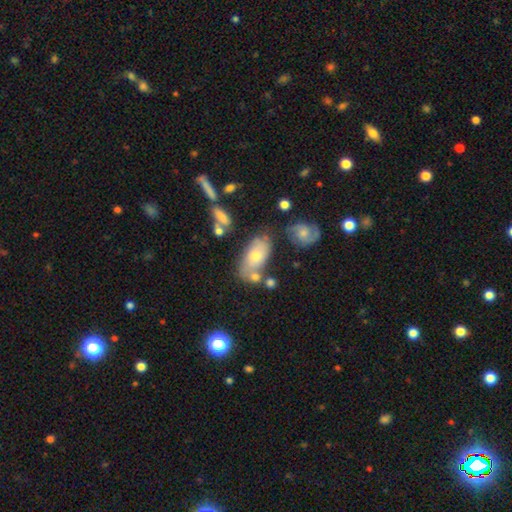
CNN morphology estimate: This appears to be a smooth galaxy with no disk features (61%) that is in between round and cigar-shaped (89%). Merging: none (48%).